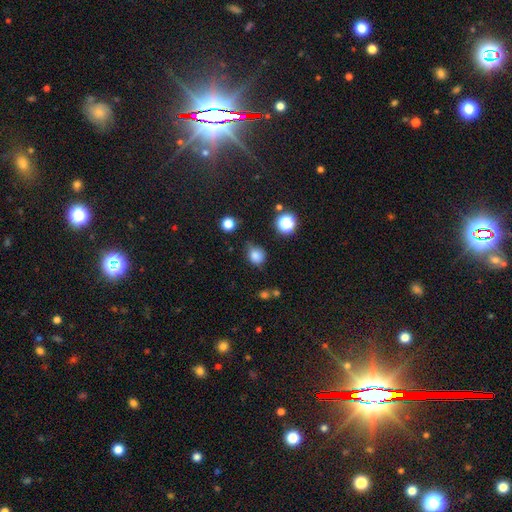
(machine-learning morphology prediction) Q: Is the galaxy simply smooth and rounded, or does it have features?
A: smooth — 80%.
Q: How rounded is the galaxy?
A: round — 68%.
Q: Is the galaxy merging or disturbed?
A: none — 57%.